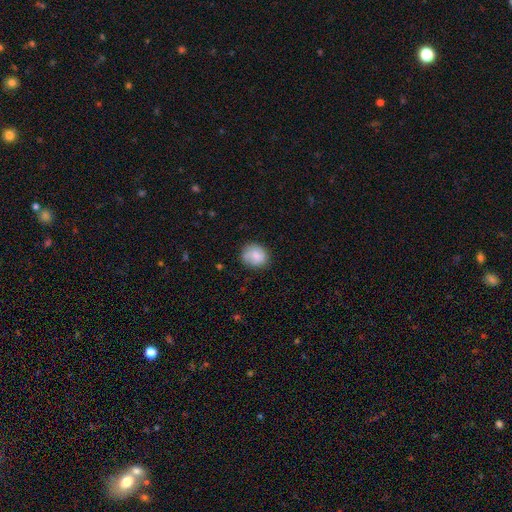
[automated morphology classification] Smooth or featured? Predicted: smooth (p=0.78). How rounded? Predicted: round (p=0.74). Merging? Predicted: none (p=0.73).